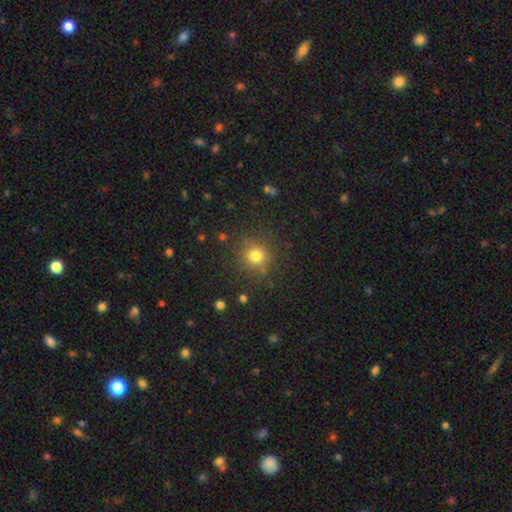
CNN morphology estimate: This appears to be a smooth galaxy with no disk features (78%) that is round (92%). Merging: none (86%).